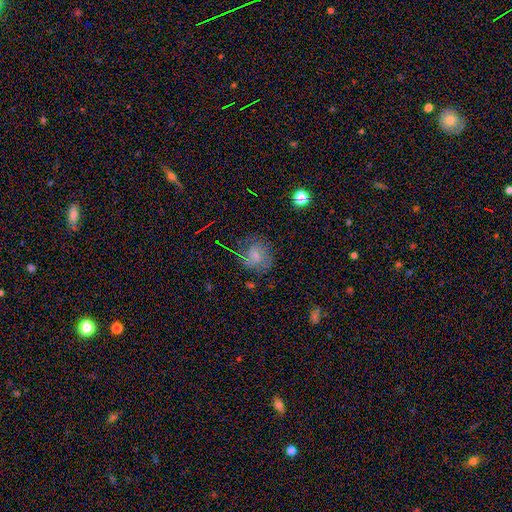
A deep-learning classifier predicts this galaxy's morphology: Overall: smooth (52%; featured or disk 31%). How rounded: round (76%). Merging: none (63%).